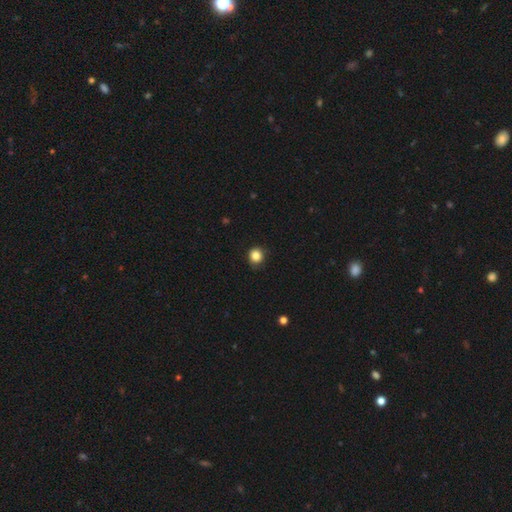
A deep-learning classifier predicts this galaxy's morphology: A smooth galaxy with no disk features (84%) that is round (87%). Merging: none (85%).